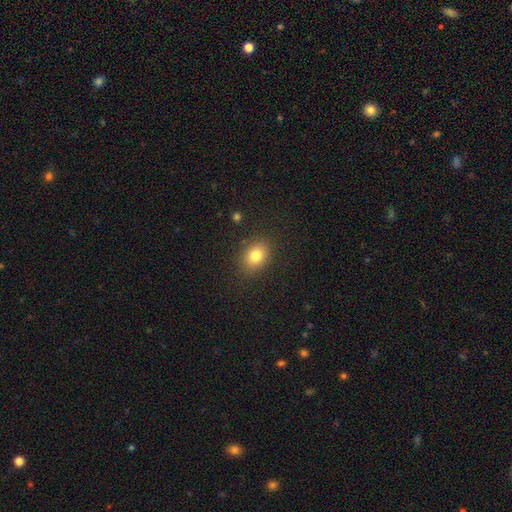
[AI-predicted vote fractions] smooth_or_featured: smooth (p=0.80) [alt: star or artifact p=0.11]
how_rounded: in between (p=0.56) [alt: round p=0.43]
merging: none (p=0.86) [alt: minor disturbance p=0.10]